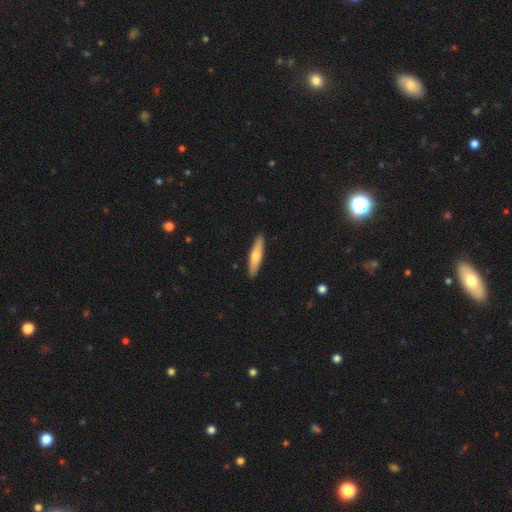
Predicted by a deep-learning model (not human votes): smooth_or_featured: smooth (p=0.63) [alt: featured or disk p=0.32]
how_rounded: cigar-shaped (p=0.84) [alt: in between p=0.15]
merging: none (p=0.91) [alt: minor disturbance p=0.07]